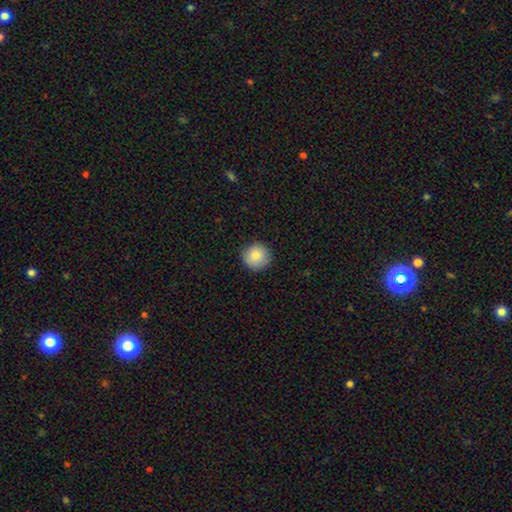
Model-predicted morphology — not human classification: type=smooth (85%); roundness=round (95%); merging=none (89%).